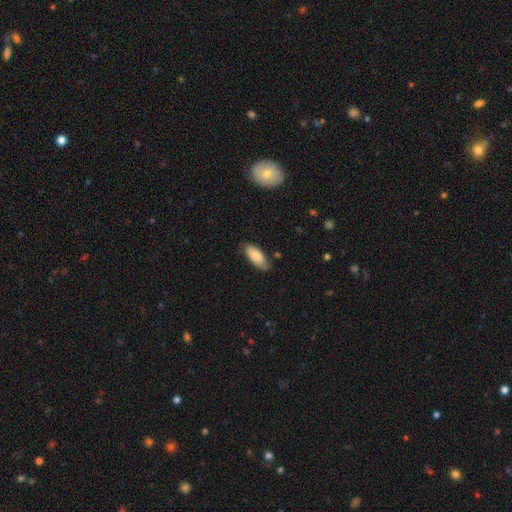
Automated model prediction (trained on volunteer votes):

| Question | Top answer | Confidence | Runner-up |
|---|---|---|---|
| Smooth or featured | smooth | 79% | featured or disk (15%) |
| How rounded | in between | 85% | cigar-shaped (13%) |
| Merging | none | 69% | minor disturbance (24%) |